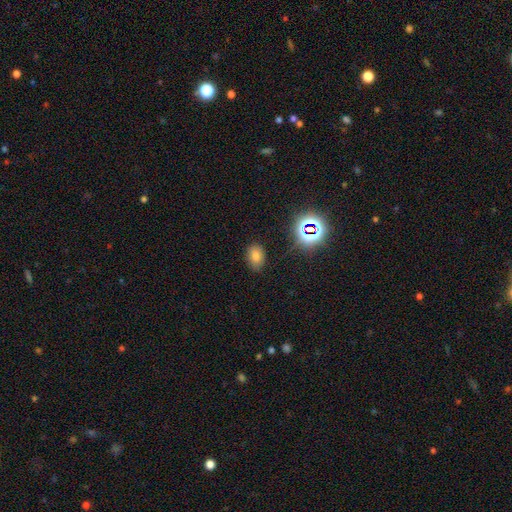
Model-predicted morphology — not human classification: Q: Smooth or featured?
A: smooth (71%); runner-up: star or artifact (20%)
Q: How rounded?
A: in between (78%); runner-up: round (20%)
Q: Merging?
A: none (81%); runner-up: minor disturbance (13%)